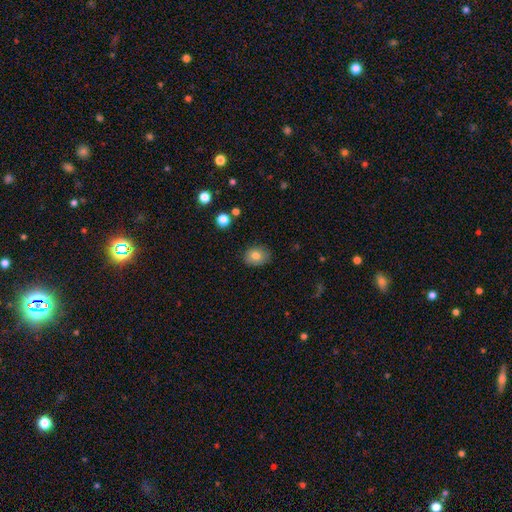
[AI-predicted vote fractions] Q: Smooth or featured?
A: smooth (78%); runner-up: featured or disk (13%)
Q: How rounded?
A: in between (59%); runner-up: round (40%)
Q: Merging?
A: none (84%); runner-up: minor disturbance (12%)